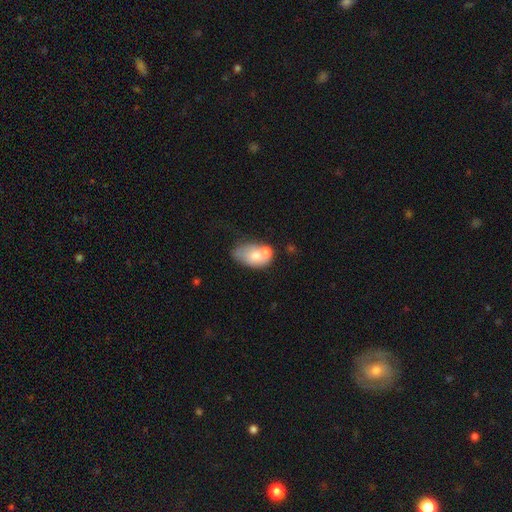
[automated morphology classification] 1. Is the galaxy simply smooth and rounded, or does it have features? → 63% smooth, 29% featured or disk, 8% star or artifact.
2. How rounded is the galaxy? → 86% in between, 12% round, 1% cigar-shaped.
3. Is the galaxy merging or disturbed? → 40% merger, 30% none, 21% minor disturbance, 10% major disturbance.